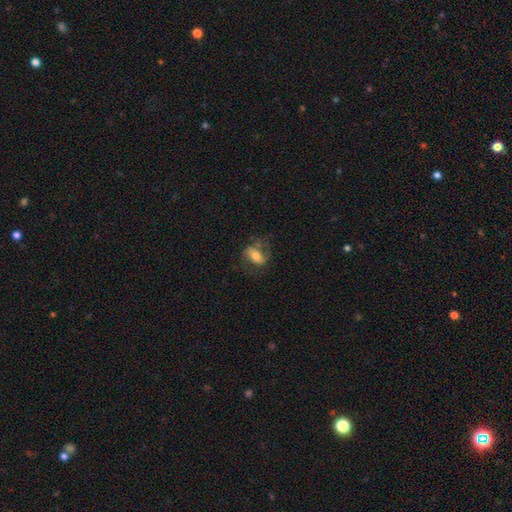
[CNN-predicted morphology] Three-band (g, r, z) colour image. It shows a smooth galaxy with no disk features (57%) that is in between round and cigar-shaped (83%). Merging: none (58%).